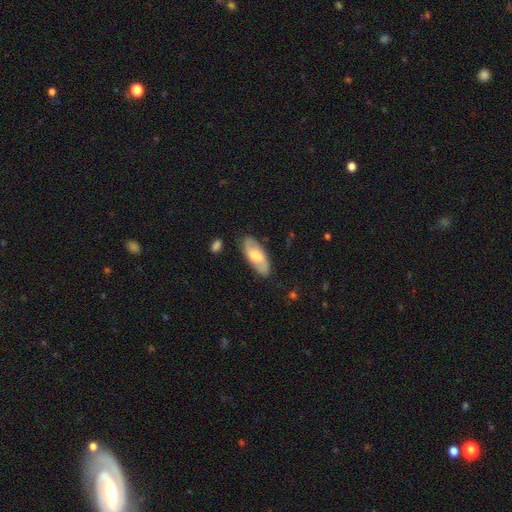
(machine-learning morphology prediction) smooth-or-featured: featured or disk: 50% | smooth: 44% | star or artifact: 6%
  disk-edge-on: no: 84% | yes: 16%
  merging: none: 82% | minor disturbance: 13% | major disturbance: 3% | merger: 2%